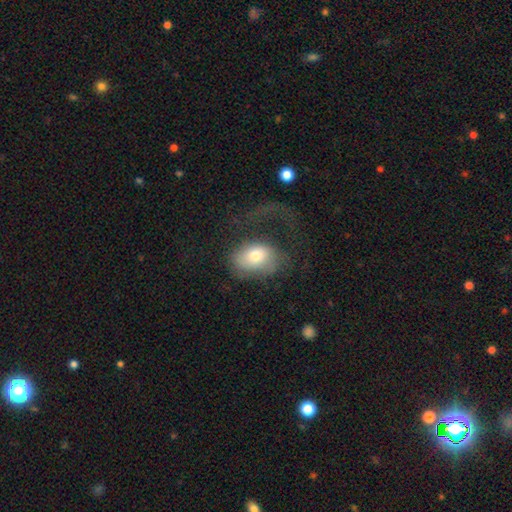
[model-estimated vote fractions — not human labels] Overall: smooth (66%). How rounded: in between (74%). Merging: major disturbance (52%; none 29%).